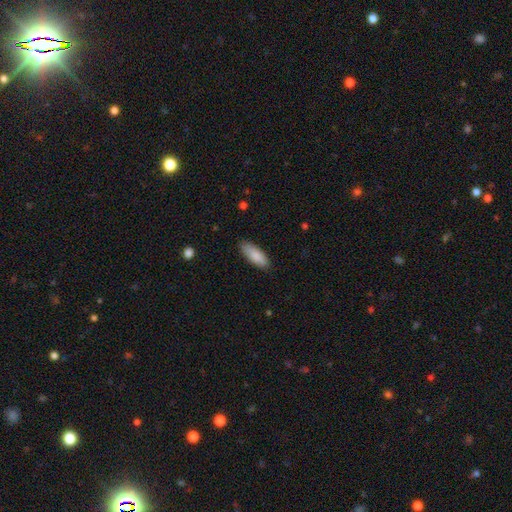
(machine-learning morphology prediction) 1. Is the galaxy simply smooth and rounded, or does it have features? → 87% smooth, 7% featured or disk, 6% star or artifact.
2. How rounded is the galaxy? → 69% in between, 29% cigar-shaped, 2% round.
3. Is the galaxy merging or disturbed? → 84% none, 12% minor disturbance, 2% major disturbance, 1% merger.